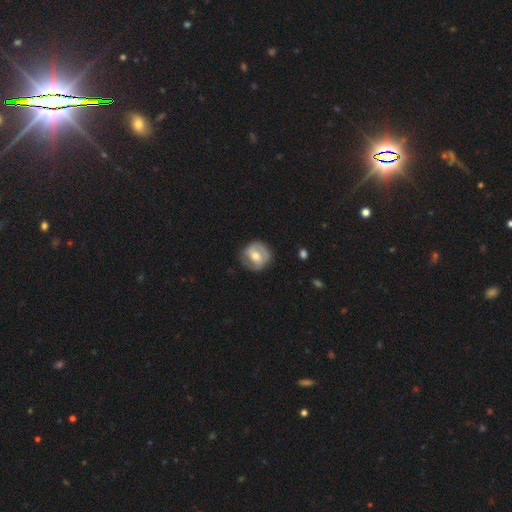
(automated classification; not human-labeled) Q: Smooth or featured?
A: featured or disk (53%); runner-up: smooth (41%)
Q: Edge-on disk?
A: no (96%); runner-up: yes (4%)
Q: Bar?
A: weak (44%); runner-up: no (32%)
Q: Spiral arms?
A: yes (61%); runner-up: no (39%)
Q: Bulge size?
A: moderate (71%); runner-up: small (21%)
Q: Merging?
A: none (75%); runner-up: minor disturbance (18%)